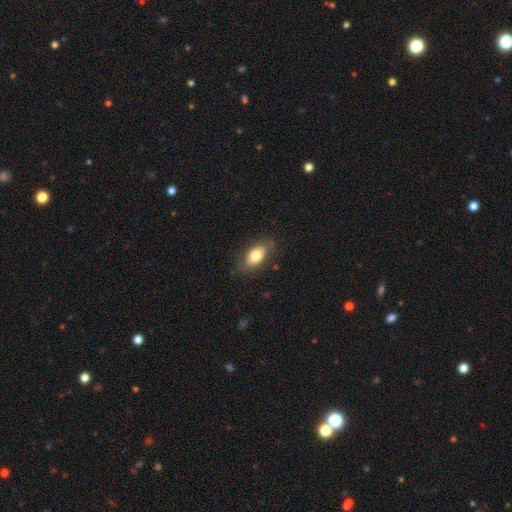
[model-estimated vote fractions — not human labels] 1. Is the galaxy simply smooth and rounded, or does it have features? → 77% smooth, 15% featured or disk, 7% star or artifact.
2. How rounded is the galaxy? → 89% in between, 8% round, 3% cigar-shaped.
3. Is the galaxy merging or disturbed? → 76% none, 18% minor disturbance, 5% major disturbance, 1% merger.